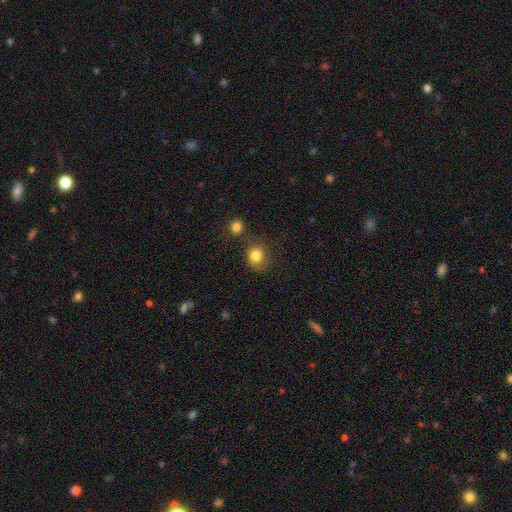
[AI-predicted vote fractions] This is clearly a smooth galaxy (83%). How rounded: likely round (80%). Merging: likely none (71%).